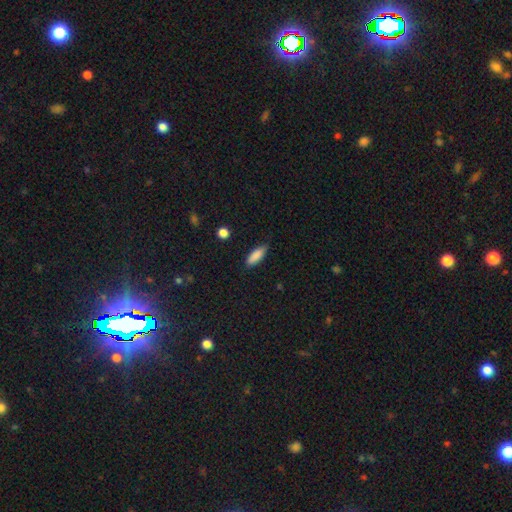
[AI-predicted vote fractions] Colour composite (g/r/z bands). It shows a smooth galaxy with no disk features (87%) that is in between round and cigar-shaped (67%). Merging: none (79%).